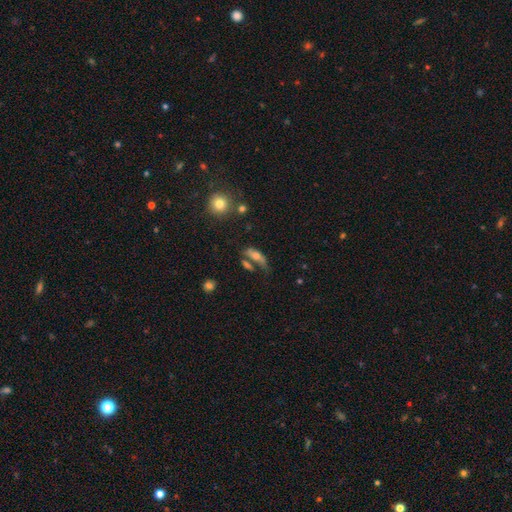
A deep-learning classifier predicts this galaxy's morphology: Smooth or featured: smooth — 53% (featured or disk — 35%)
How rounded: in between — 60% (cigar-shaped — 33%)
Merging: none — 38% (merger — 23%)